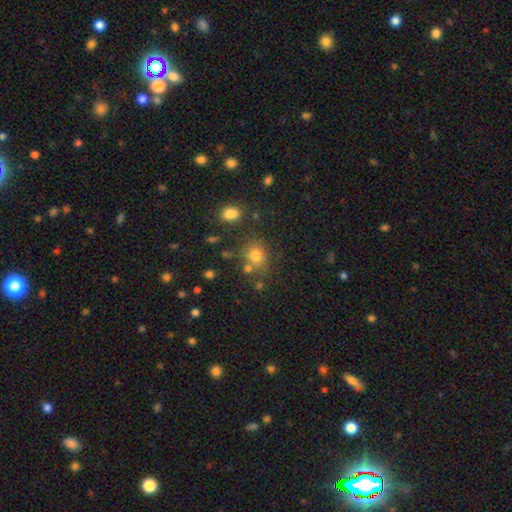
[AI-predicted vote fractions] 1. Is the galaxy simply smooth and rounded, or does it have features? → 75% smooth, 16% star or artifact, 9% featured or disk.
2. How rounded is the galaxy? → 70% round, 29% in between, 1% cigar-shaped.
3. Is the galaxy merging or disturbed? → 69% none, 13% merger, 13% minor disturbance, 5% major disturbance.